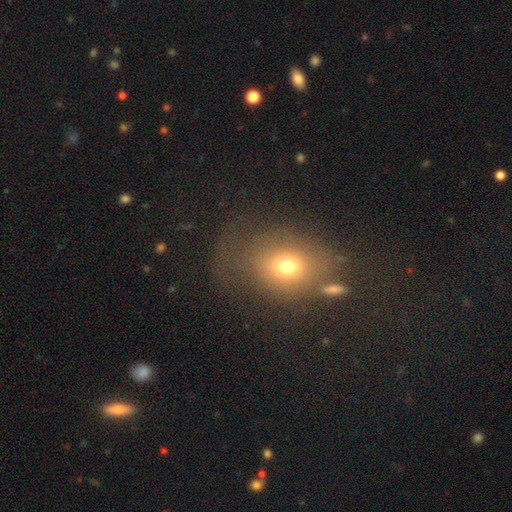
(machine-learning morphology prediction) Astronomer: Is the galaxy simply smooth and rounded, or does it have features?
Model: smooth — 60%.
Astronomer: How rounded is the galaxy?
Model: in between — 55% (runner-up: round, 43%).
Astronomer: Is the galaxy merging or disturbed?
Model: none — 65%.